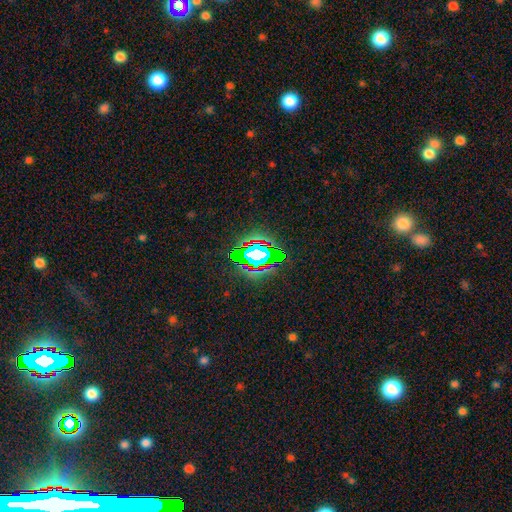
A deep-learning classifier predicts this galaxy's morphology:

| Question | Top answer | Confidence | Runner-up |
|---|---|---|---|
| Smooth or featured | star or artifact | 80% | smooth (12%) |